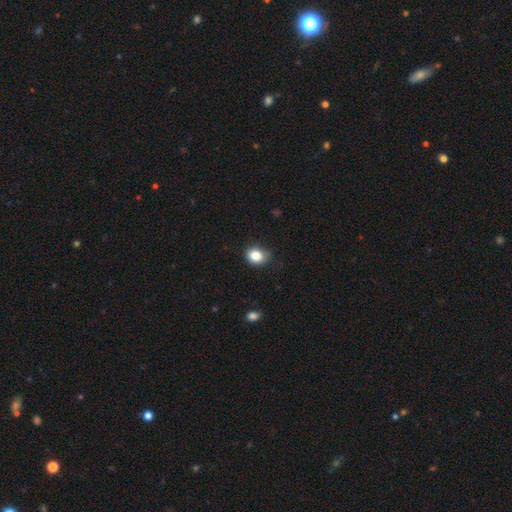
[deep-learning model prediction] This is clearly a smooth galaxy (84%). How rounded: possibly round (53%). Merging: likely none (77%).